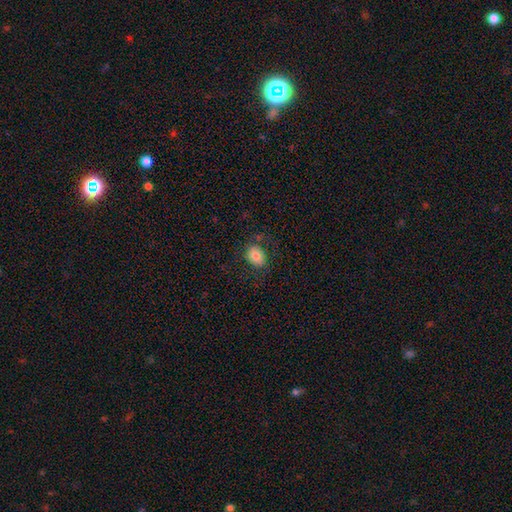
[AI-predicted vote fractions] Smooth or featured?
  - smooth: 79% *
  - featured or disk: 12%
  - star or artifact: 9%
How rounded?
  - in between: 58% *
  - round: 41%
  - cigar-shaped: 1%
Merging?
  - none: 75% *
  - minor disturbance: 15%
  - major disturbance: 8%
  - merger: 2%